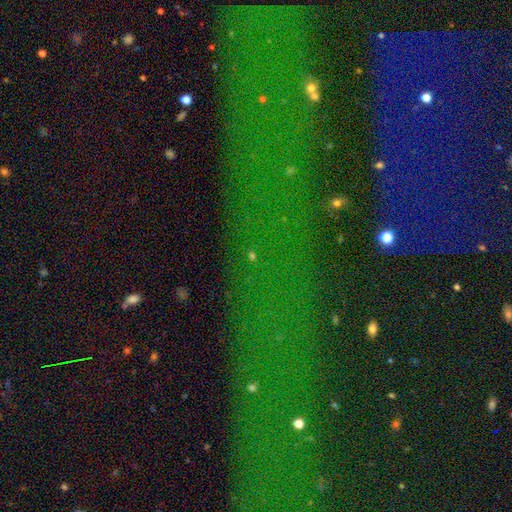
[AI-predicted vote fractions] Overall: star or artifact (81%).